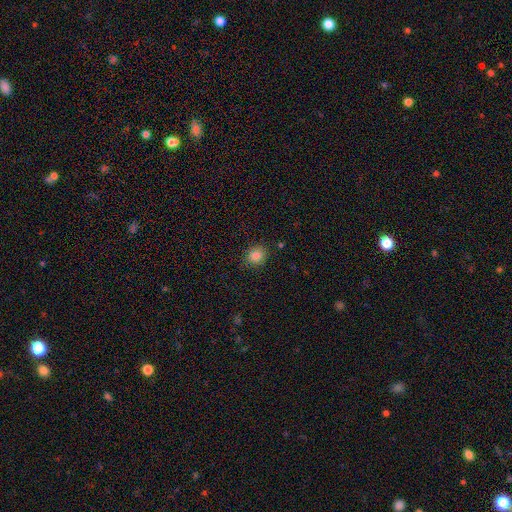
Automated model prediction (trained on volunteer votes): Smooth or featured? smooth (82%)
How rounded? round (81%)
Merging? none (88%)